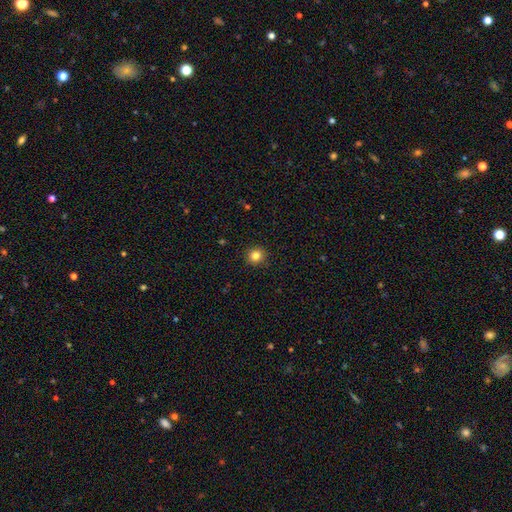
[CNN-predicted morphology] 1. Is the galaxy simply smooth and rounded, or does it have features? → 83% smooth, 12% star or artifact, 5% featured or disk.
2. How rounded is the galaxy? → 93% round, 6% in between, 1% cigar-shaped.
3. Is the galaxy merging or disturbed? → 92% none, 5% minor disturbance, 2% major disturbance, 1% merger.